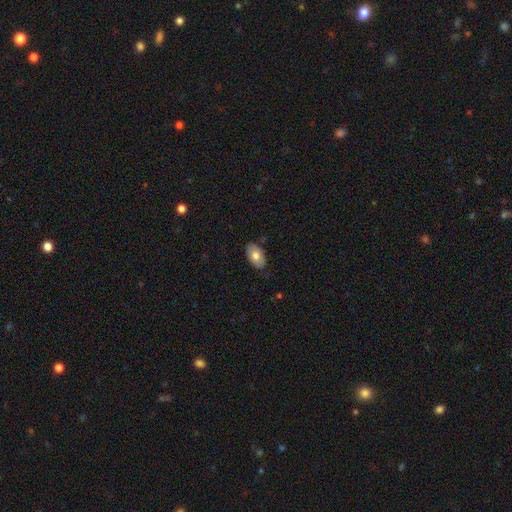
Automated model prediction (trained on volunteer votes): Smooth or featured? Predicted: smooth (p=0.73). How rounded? Predicted: in between (p=0.93). Merging? Predicted: none (p=0.83).